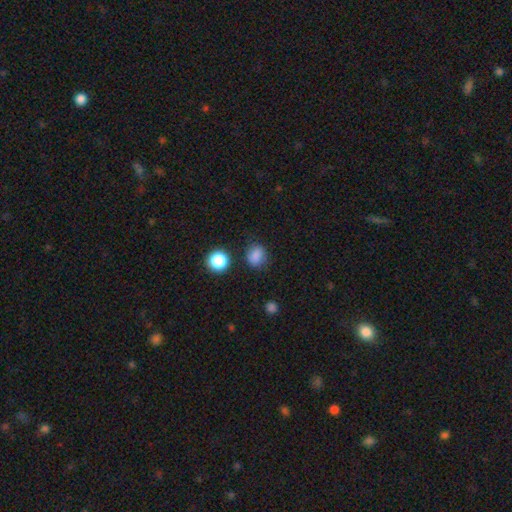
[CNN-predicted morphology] Overall: smooth (83%). How rounded: round (62%; in between 37%). Merging: none (74%).